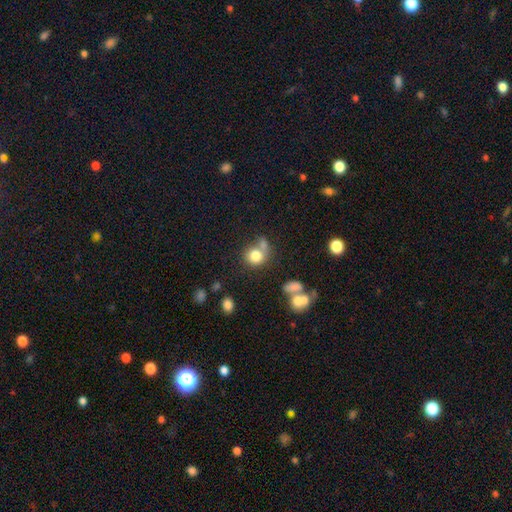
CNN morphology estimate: smooth 79%, featured or disk 11%, star or artifact 10%. Down the decision tree: how rounded — round (78%); merging — none (45%).